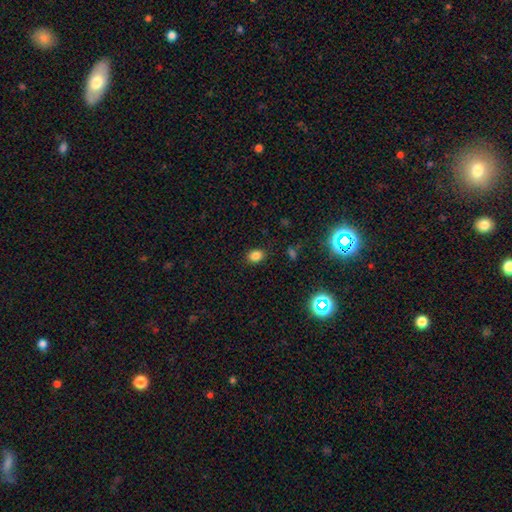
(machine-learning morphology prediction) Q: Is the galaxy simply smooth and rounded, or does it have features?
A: smooth — 82%.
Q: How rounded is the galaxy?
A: in between — 55%.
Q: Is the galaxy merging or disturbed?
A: none — 87%.